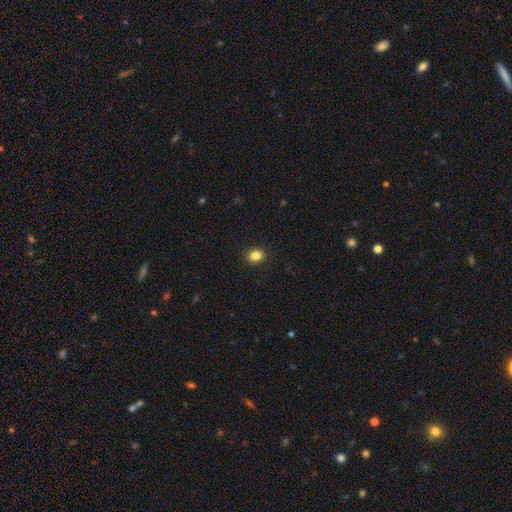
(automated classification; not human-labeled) Smooth or featured?
  - smooth: 85% *
  - star or artifact: 11%
  - featured or disk: 5%
How rounded?
  - round: 58% *
  - in between: 42%
  - cigar-shaped: 1%
Merging?
  - none: 92% *
  - minor disturbance: 6%
  - major disturbance: 2%
  - merger: 1%